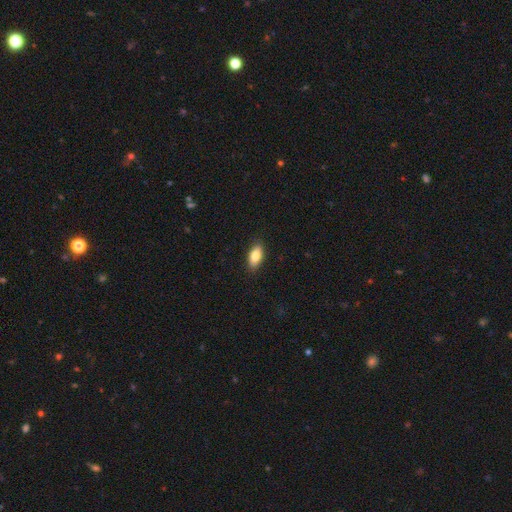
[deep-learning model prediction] A smooth galaxy with no disk features (83%) that is in between round and cigar-shaped (87%).

Vote fractions:
- Smooth or featured? smooth: 83% / featured or disk: 11% / star or artifact: 7%
- How rounded? in between: 87% / cigar-shaped: 10% / round: 3%
- Merging? none: 88% / minor disturbance: 9% / major disturbance: 2% / merger: 1%